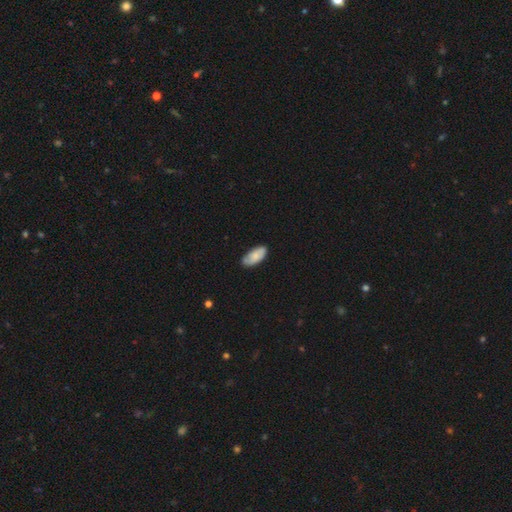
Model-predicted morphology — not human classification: This is likely a smooth galaxy (76%). How rounded: clearly in between (91%). Merging: likely none (76%).